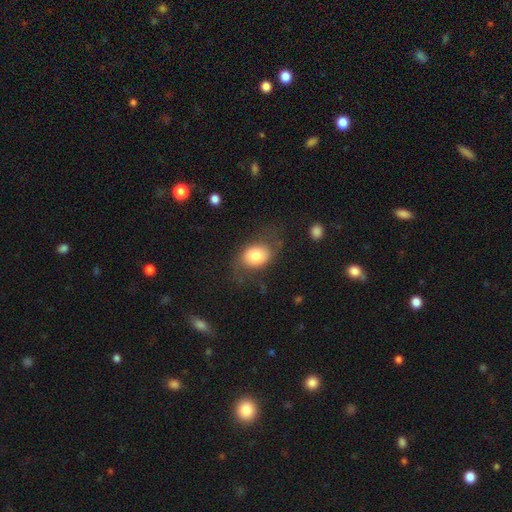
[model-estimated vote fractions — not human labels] Q: Smooth or featured?
A: smooth (74%); runner-up: featured or disk (18%)
Q: How rounded?
A: in between (68%); runner-up: round (31%)
Q: Merging?
A: none (59%); runner-up: minor disturbance (22%)